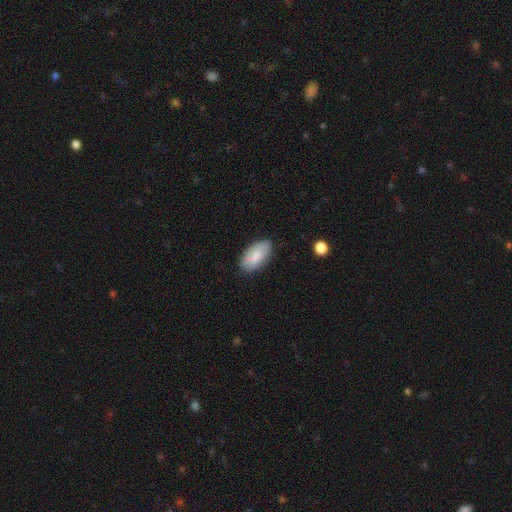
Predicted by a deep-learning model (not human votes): Smooth or featured: smooth — 82% (featured or disk — 12%)
How rounded: in between — 94% (cigar-shaped — 4%)
Merging: none — 80% (minor disturbance — 16%)